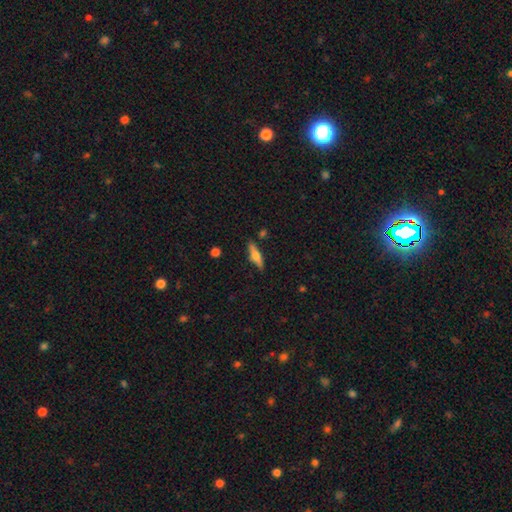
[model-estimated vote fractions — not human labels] Smooth or featured? Predicted: featured or disk (p=0.49). Merging? Predicted: none (p=0.85).